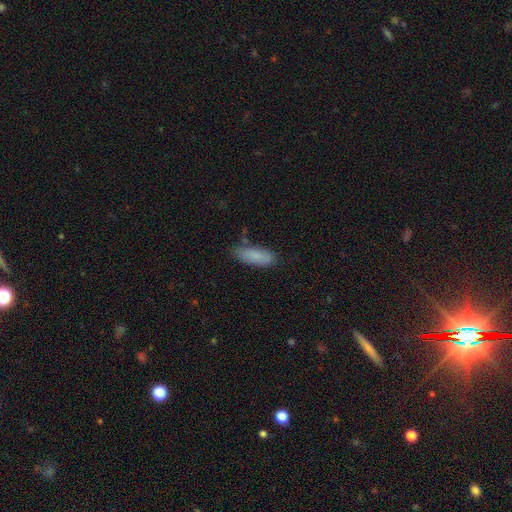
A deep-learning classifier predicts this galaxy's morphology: Overall: smooth (86%). How rounded: in between (68%; cigar-shaped 30%). Merging: none (76%).